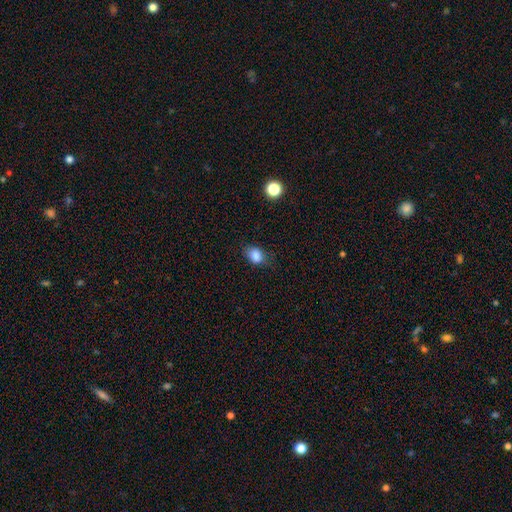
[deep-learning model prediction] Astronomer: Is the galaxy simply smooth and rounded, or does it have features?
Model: smooth — 85%.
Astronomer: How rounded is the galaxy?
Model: in between — 68%.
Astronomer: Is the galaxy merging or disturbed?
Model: none — 71%.